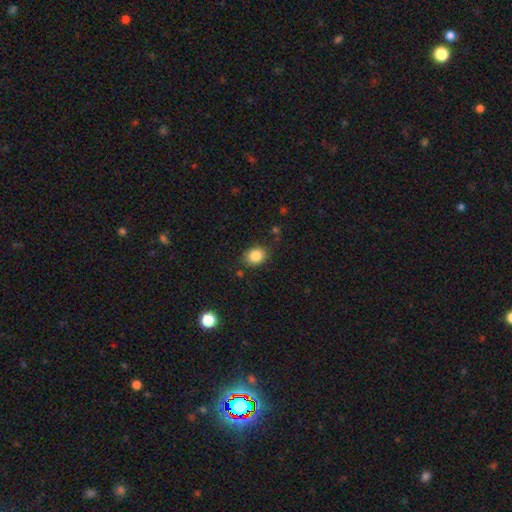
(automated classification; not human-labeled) Morphology: type=smooth (85%); roundness=round (58%); merging=none (82%).